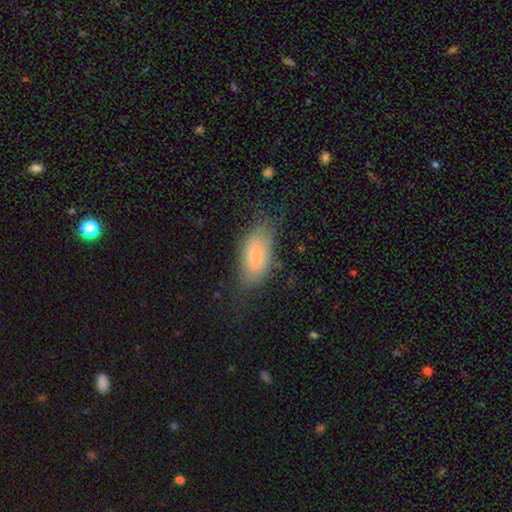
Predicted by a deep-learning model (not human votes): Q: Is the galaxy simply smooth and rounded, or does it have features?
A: smooth — 74%.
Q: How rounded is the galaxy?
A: in between — 89%.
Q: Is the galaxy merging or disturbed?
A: none — 54%.